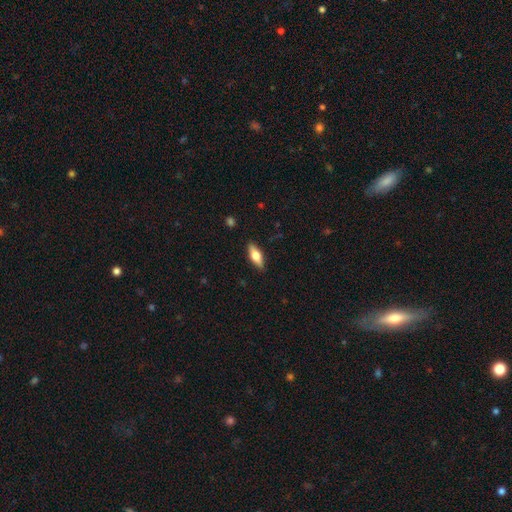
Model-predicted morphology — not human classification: Smooth or featured? smooth (65%)
How rounded? in between (69%)
Merging? none (87%)